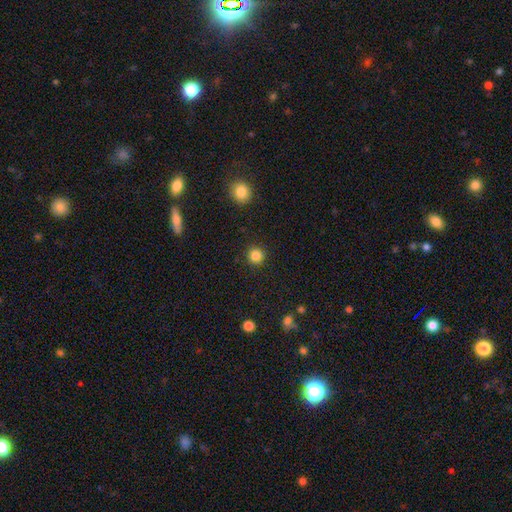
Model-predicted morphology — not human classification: A smooth galaxy with no disk features (85%) that is round (94%). Merging: none (91%).